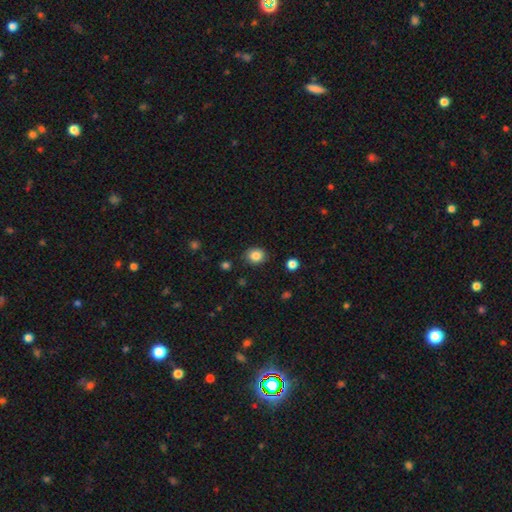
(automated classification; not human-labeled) The model was most divided on "how rounded": round: 71%, in between: 28%, cigar-shaped: 1%. More confident: merging — none (86%); smooth or featured — smooth (85%).